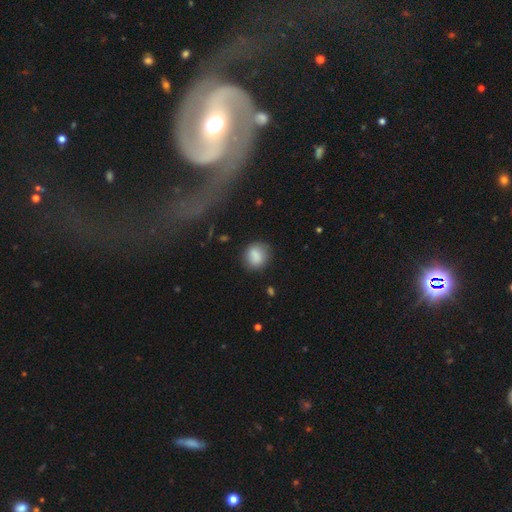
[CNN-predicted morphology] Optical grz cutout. It shows a smooth galaxy with no disk features (84%) that is round (70%). Merging: none (78%).